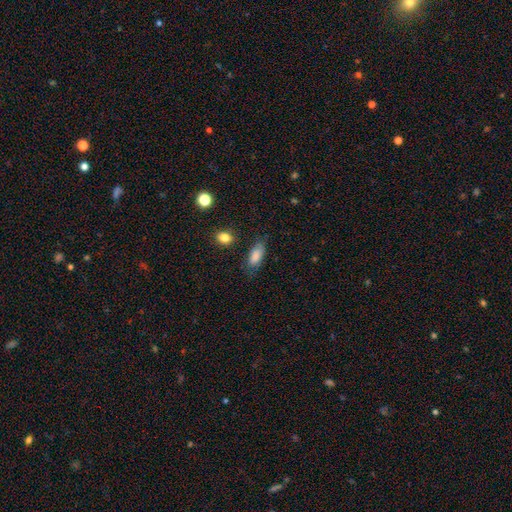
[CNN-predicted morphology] smooth 84%, featured or disk 8%, star or artifact 8%. Down the decision tree: how rounded — in between (84%); merging — none (70%).